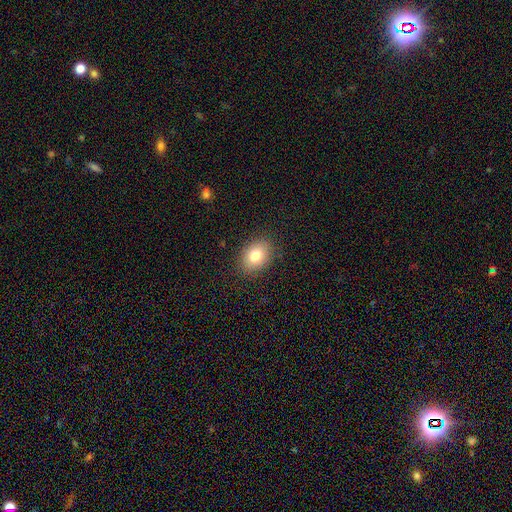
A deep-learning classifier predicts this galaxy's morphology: smooth 79%, featured or disk 11%, star or artifact 10%. Down the decision tree: how rounded — in between (72%); merging — none (87%).